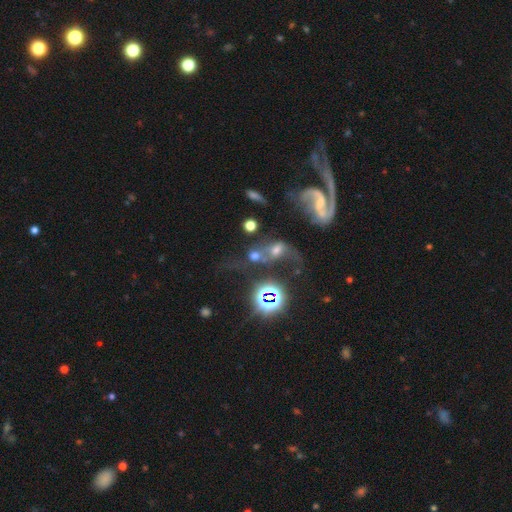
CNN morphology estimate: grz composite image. It shows a smooth galaxy with no disk features (39%). Merging: merger (50%).